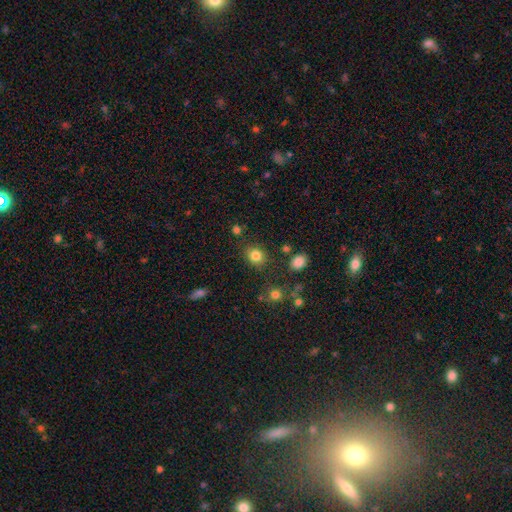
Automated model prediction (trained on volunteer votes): Smooth or featured: smooth — 82% (star or artifact — 12%)
How rounded: round — 65% (in between — 34%)
Merging: none — 83% (minor disturbance — 10%)